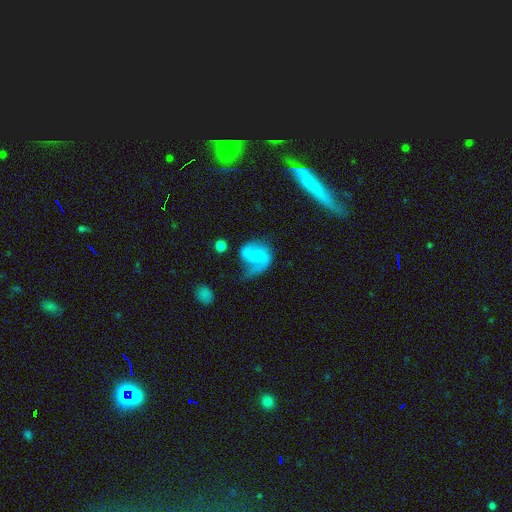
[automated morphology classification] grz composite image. It shows a featured or disk galaxy (74%) with no bar (47%), 2 (77%) loose (47%) spiral arms (93%) and no central bulge (56%). Merging: none (44%).